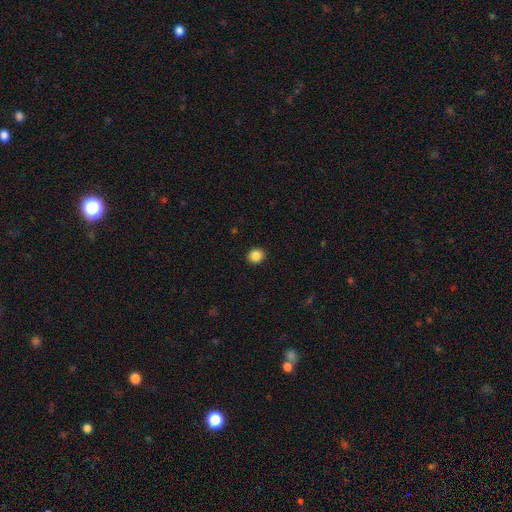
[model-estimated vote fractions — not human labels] Smooth or featured: smooth — 87% (star or artifact — 10%)
How rounded: round — 88% (in between — 11%)
Merging: none — 93% (minor disturbance — 5%)